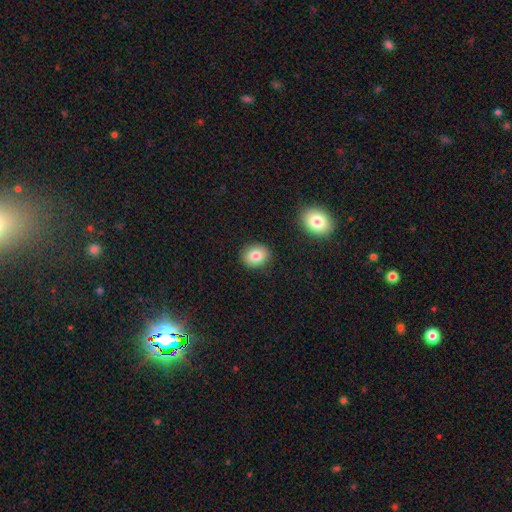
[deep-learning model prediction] Overall: smooth (82%). How rounded: round (62%; in between 37%). Merging: none (88%).